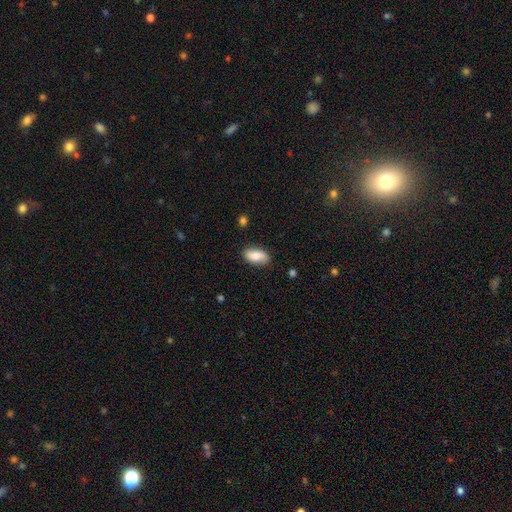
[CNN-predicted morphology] A smooth galaxy with no disk features (73%) that is in between round and cigar-shaped (92%). Merging: none (82%).